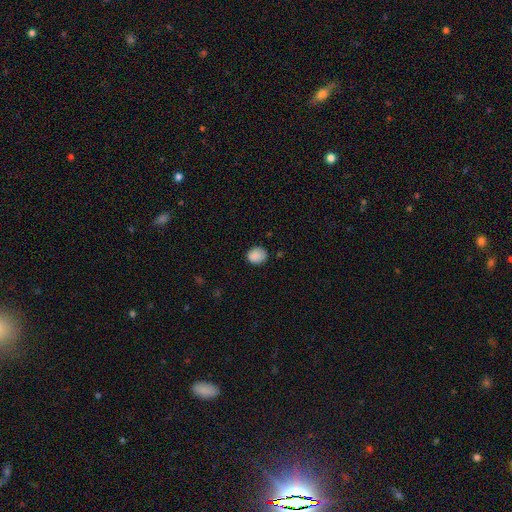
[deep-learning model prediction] A smooth galaxy with no disk features (87%) that is round (67%).

Vote fractions:
- Smooth or featured? smooth: 87% / star or artifact: 9% / featured or disk: 4%
- How rounded? round: 67% / in between: 32% / cigar-shaped: 1%
- Merging? none: 76% / minor disturbance: 19% / major disturbance: 4% / merger: 2%